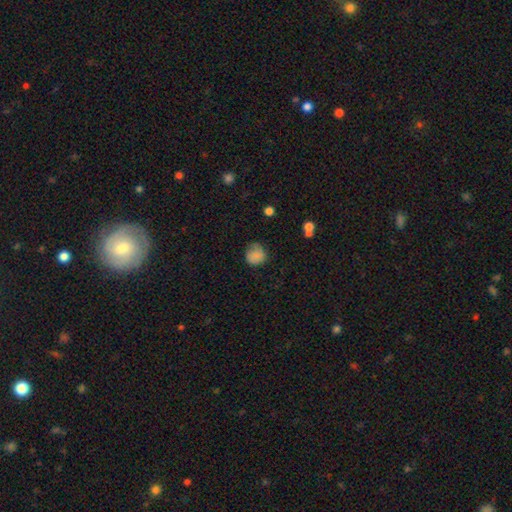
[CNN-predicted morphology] Overall: smooth (80%). How rounded: round (82%). Merging: none (56%; minor disturbance 31%).